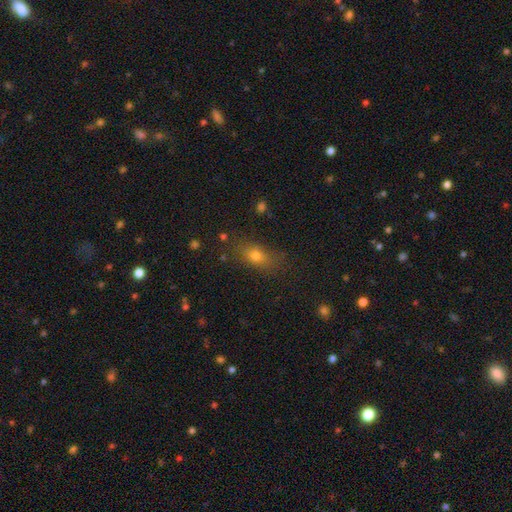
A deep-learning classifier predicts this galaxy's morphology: Smooth or featured?
  - smooth: 69% *
  - star or artifact: 16%
  - featured or disk: 15%
How rounded?
  - in between: 67% *
  - round: 17%
  - cigar-shaped: 16%
Merging?
  - none: 76% *
  - minor disturbance: 16%
  - major disturbance: 6%
  - merger: 2%